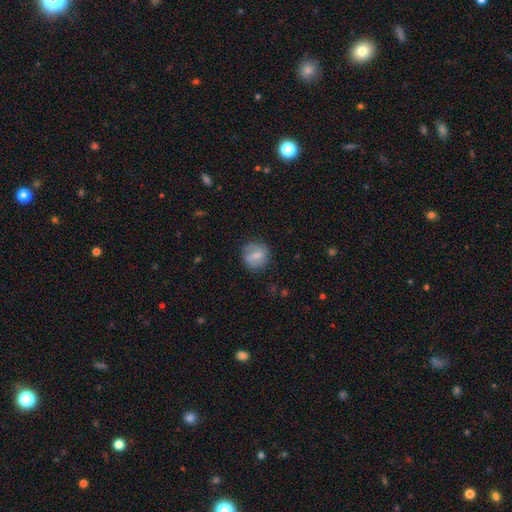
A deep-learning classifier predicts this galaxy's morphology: A smooth galaxy with no disk features (67%) that is round (85%). Merging: none (75%).